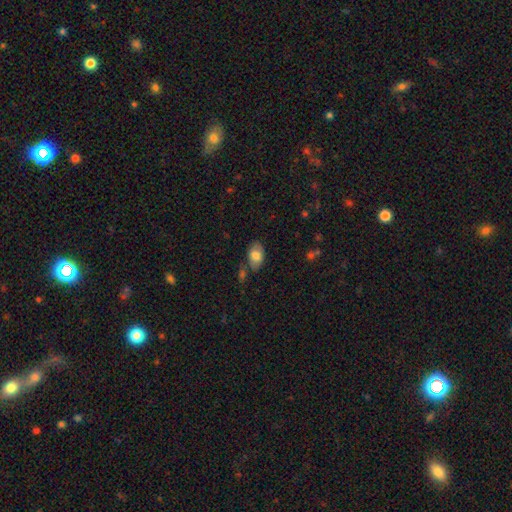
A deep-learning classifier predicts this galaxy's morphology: smooth 72%, featured or disk 21%, star or artifact 7%. Down the decision tree: how rounded — in between (92%); merging — none (69%).